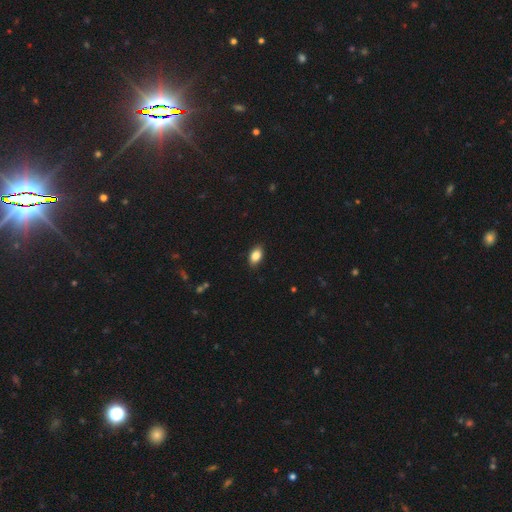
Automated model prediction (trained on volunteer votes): A smooth galaxy with no disk features (86%) that is in between round and cigar-shaped (90%). Merging: none (87%).